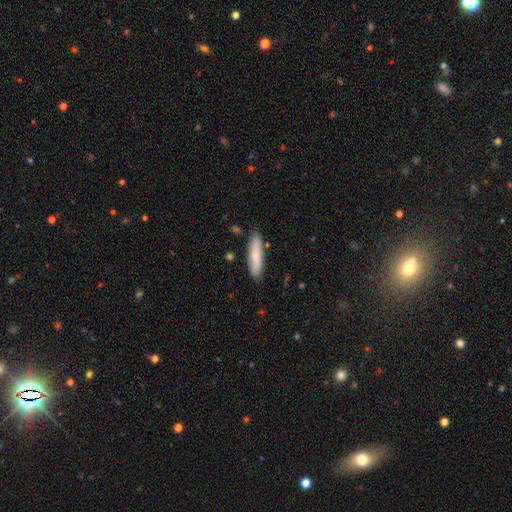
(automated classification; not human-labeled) Smooth or featured? Predicted: smooth (p=0.74). How rounded? Predicted: cigar-shaped (p=0.81). Merging? Predicted: none (p=0.86).